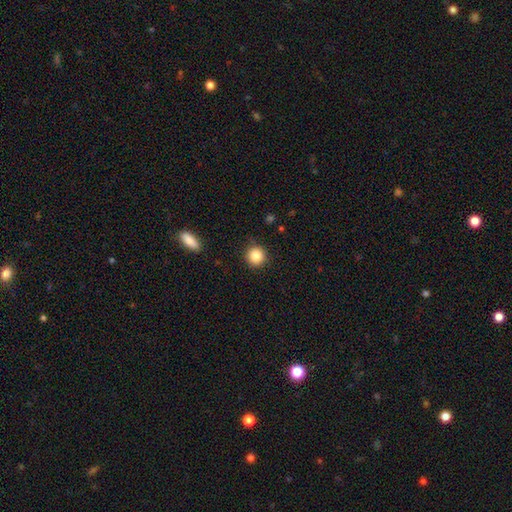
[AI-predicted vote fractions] This appears to be a smooth galaxy with no disk features (86%) that is round (93%). Merging: none (90%).